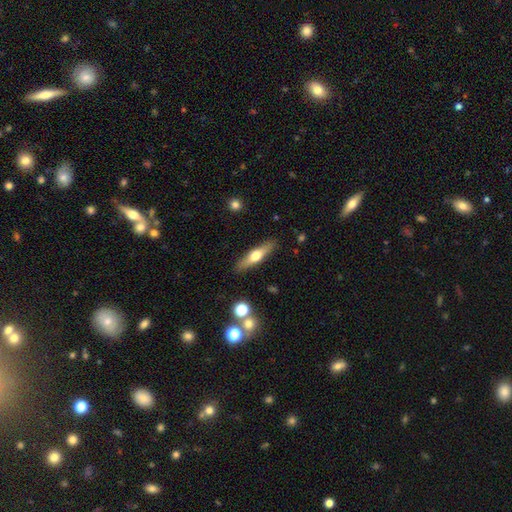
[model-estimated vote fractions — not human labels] Morphology: type=featured or disk (49%); merging=none (88%).